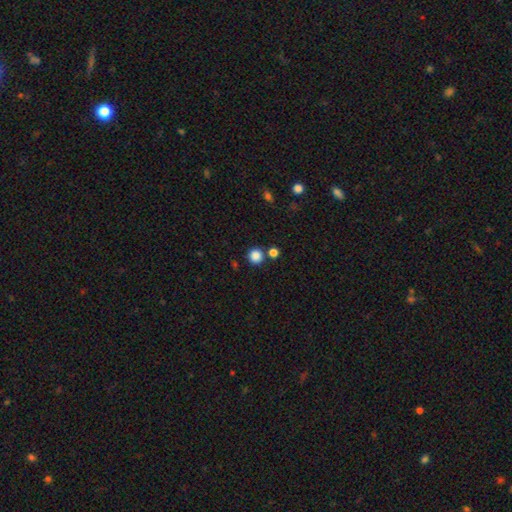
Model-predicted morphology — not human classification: smooth-or-featured: smooth: 86% | star or artifact: 11% | featured or disk: 3%
  how-rounded: round: 94% | in between: 5% | cigar-shaped: 1%
  merging: none: 82% | merger: 9% | minor disturbance: 6% | major disturbance: 3%